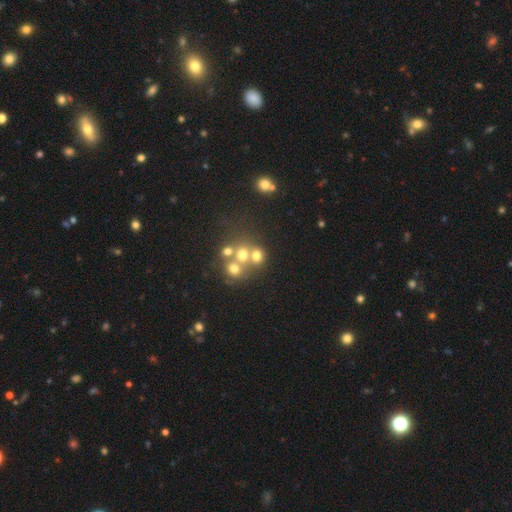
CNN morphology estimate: The model was most divided on "merging" (2-way tie): merger: 44%, none: 44%, minor disturbance: 8%, major disturbance: 5%. More confident: how rounded — round (80%); smooth or featured — smooth (58%).